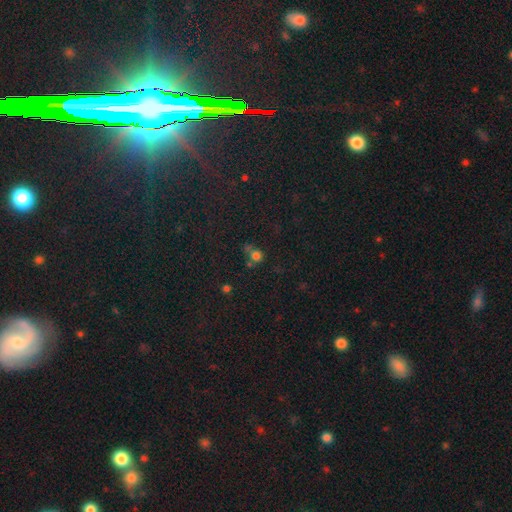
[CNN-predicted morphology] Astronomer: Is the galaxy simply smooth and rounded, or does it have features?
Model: smooth — 69%.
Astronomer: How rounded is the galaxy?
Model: round — 84%.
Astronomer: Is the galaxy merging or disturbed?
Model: none — 49% (runner-up: merger, 33%).